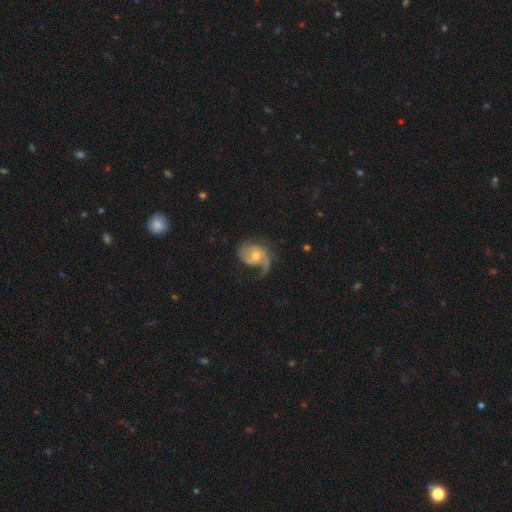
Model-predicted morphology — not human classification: featured or disk 81%, smooth 13%, star or artifact 6%. Down the decision tree: edge-on disk — no (98%); bar — no (68%); spiral arms — yes (95%); spiral arm count — 2 (47%); spiral winding — medium (40%, tied with loose); bulge size — moderate (58%); merging — none (49%).